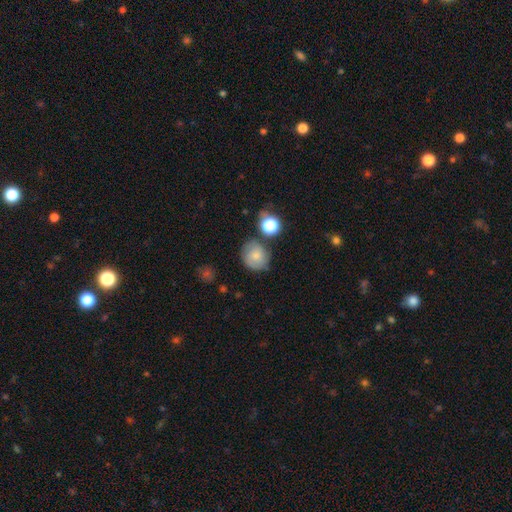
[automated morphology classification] smooth 69%, featured or disk 20%, star or artifact 11%. Down the decision tree: how rounded — round (78%); merging — none (69%).